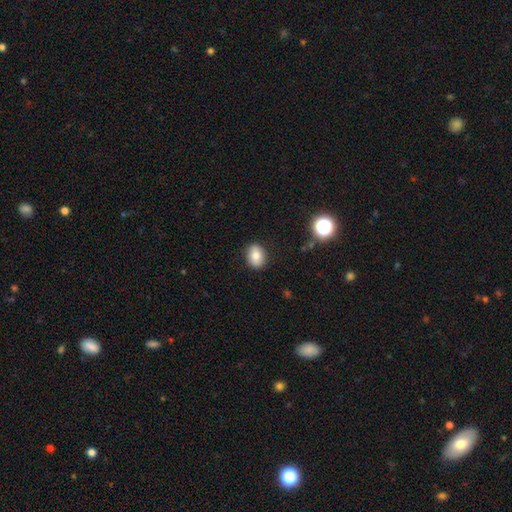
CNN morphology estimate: Smooth or featured? smooth (77%)
How rounded? in between (61%)
Merging? none (86%)